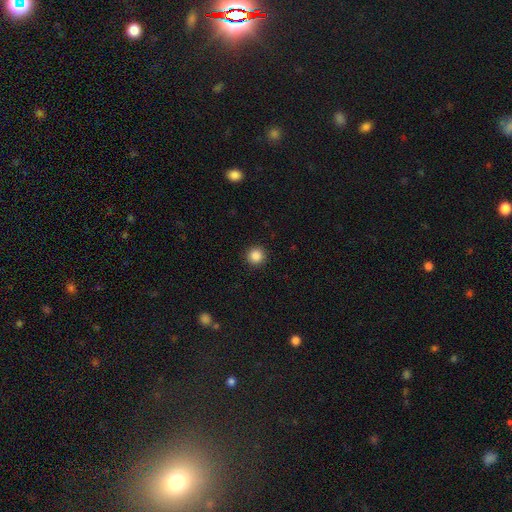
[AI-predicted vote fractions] smooth 86%, star or artifact 10%, featured or disk 3%. Down the decision tree: how rounded — round (95%); merging — none (93%).